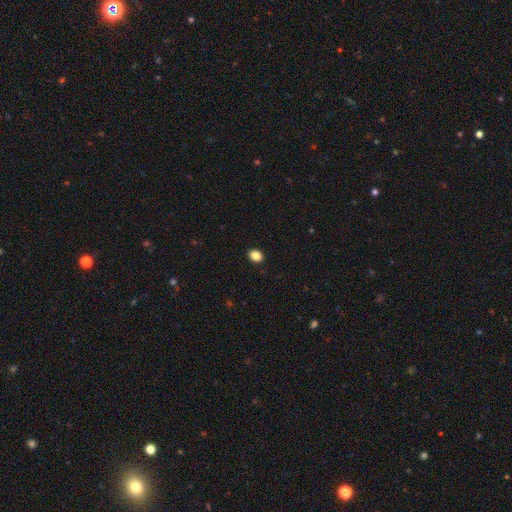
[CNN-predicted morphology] Smooth or featured? Predicted: smooth (p=0.87). How rounded? Predicted: in between (p=0.66). Merging? Predicted: none (p=0.91).